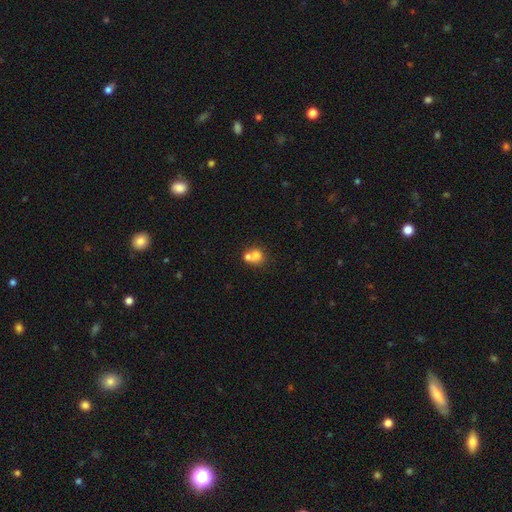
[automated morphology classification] Smooth or featured: smooth — 72% (featured or disk — 16%)
How rounded: round — 75% (in between — 25%)
Merging: merger — 56% (none — 34%)